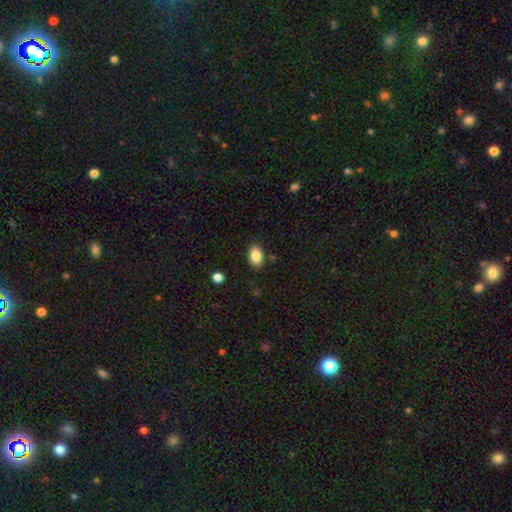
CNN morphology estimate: A smooth galaxy with no disk features (87%) that is in between round and cigar-shaped (87%).

Vote fractions:
- Smooth or featured? smooth: 87% / star or artifact: 8% / featured or disk: 5%
- How rounded? in between: 87% / round: 12% / cigar-shaped: 1%
- Merging? none: 86% / minor disturbance: 9% / major disturbance: 2% / merger: 2%